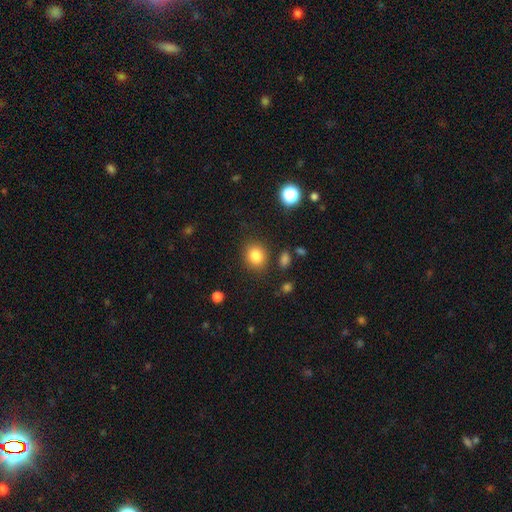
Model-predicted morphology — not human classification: Smooth or featured? smooth (83%)
How rounded? round (70%)
Merging? none (84%)